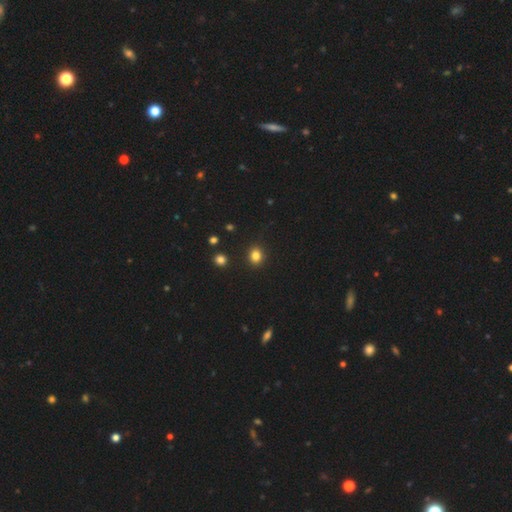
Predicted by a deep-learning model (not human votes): A smooth galaxy with no disk features (83%) that is round (65%). Merging: none (89%).